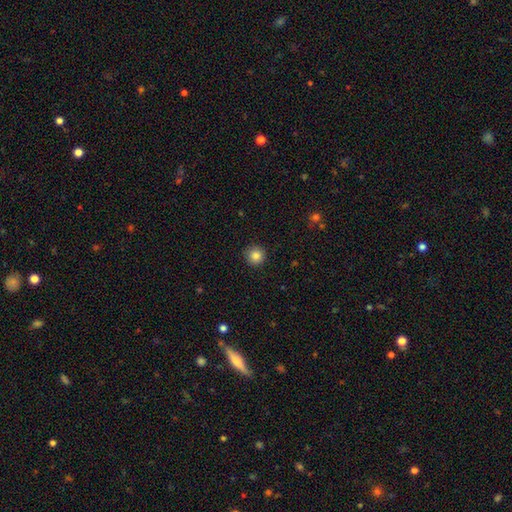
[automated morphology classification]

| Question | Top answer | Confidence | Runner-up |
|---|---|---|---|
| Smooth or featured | smooth | 84% | star or artifact (11%) |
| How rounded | round | 95% | in between (4%) |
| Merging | none | 92% | minor disturbance (5%) |